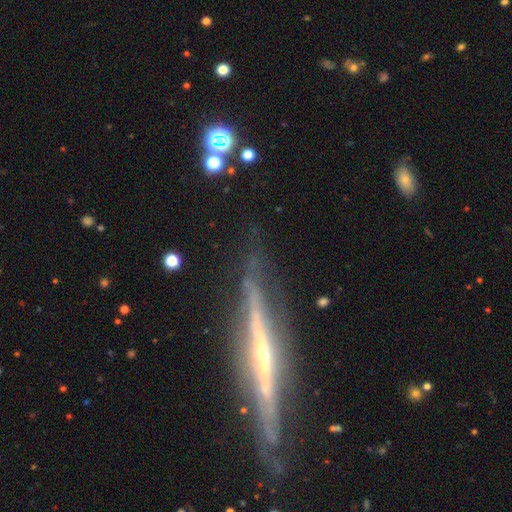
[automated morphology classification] Smooth or featured?
  - featured or disk: 79% *
  - smooth: 13%
  - star or artifact: 8%
Edge-on disk?
  - yes: 95% *
  - no: 5%
Edge-on bulge?
  - none: 49% *
  - rounded: 41%
  - boxy: 9%
Merging?
  - none: 75% *
  - minor disturbance: 17%
  - major disturbance: 6%
  - merger: 2%